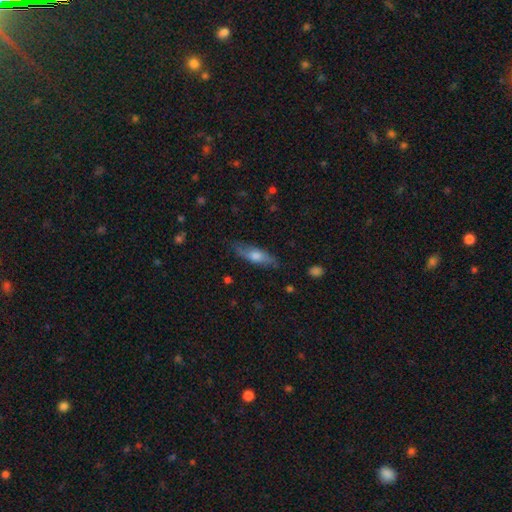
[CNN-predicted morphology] A smooth galaxy with no disk features (57%) that is cigar-shaped (51%).

Vote fractions:
- Smooth or featured? smooth: 57% / featured or disk: 37% / star or artifact: 6%
- How rounded? cigar-shaped: 51% / in between: 47% / round: 3%
- Merging? none: 77% / minor disturbance: 18% / major disturbance: 4% / merger: 1%